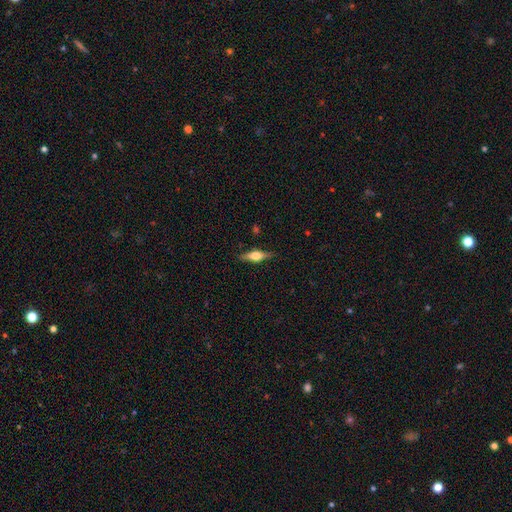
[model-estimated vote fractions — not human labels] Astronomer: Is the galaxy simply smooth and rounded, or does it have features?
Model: featured or disk — 57% (runner-up: smooth, 37%).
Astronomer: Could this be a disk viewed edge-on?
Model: yes — 95%.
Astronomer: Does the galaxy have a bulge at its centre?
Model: rounded — 92%.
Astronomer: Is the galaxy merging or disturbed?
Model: none — 86%.